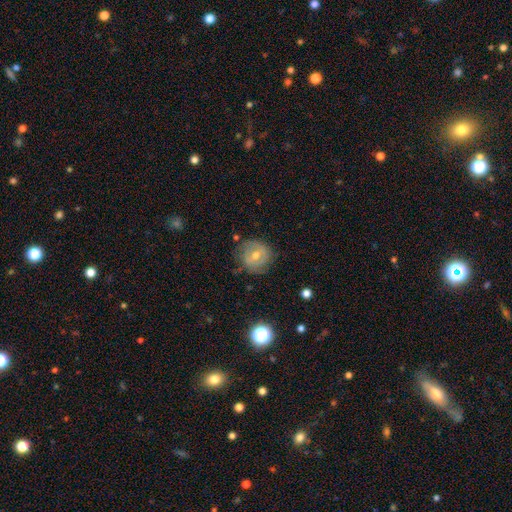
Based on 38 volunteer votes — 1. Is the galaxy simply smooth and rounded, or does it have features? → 58% smooth, 32% featured or disk, 11% star or artifact.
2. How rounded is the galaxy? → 91% round, 9% in between, 0% cigar-shaped.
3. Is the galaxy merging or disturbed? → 71% none, 21% minor disturbance, 9% major disturbance, 0% merger.